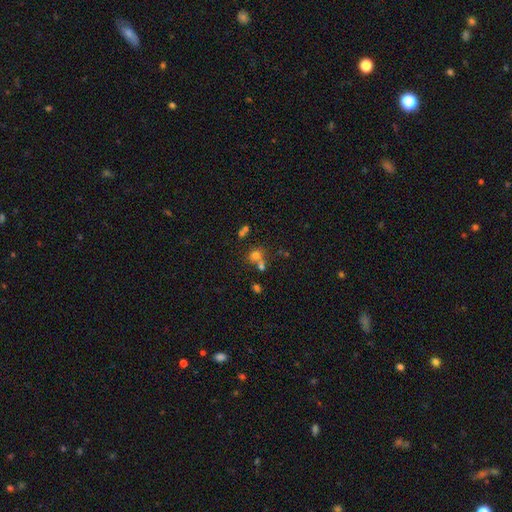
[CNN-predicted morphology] The model was most divided on "merging": none: 47%, merger: 40%, minor disturbance: 9%, major disturbance: 5%. More confident: how rounded — round (77%); smooth or featured — smooth (66%).